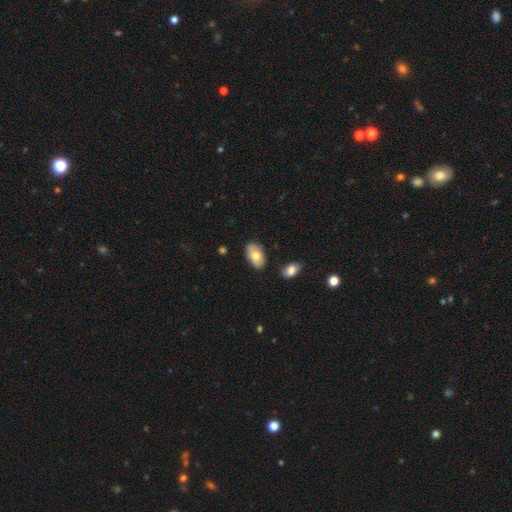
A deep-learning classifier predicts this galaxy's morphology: smooth_or_featured: smooth (p=0.70) [alt: featured or disk p=0.23]
how_rounded: in between (p=0.93) [alt: round p=0.05]
merging: none (p=0.80) [alt: minor disturbance p=0.14]